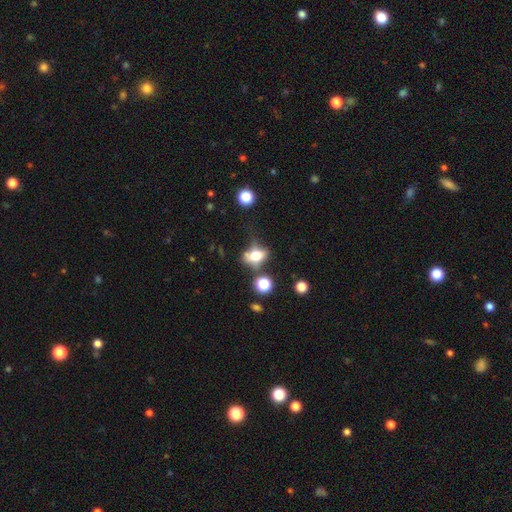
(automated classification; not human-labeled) Smooth or featured?
  - smooth: 63% *
  - featured or disk: 24%
  - star or artifact: 13%
How rounded?
  - in between: 71% *
  - round: 26%
  - cigar-shaped: 4%
Merging?
  - none: 39% *
  - minor disturbance: 25%
  - major disturbance: 20%
  - merger: 17%